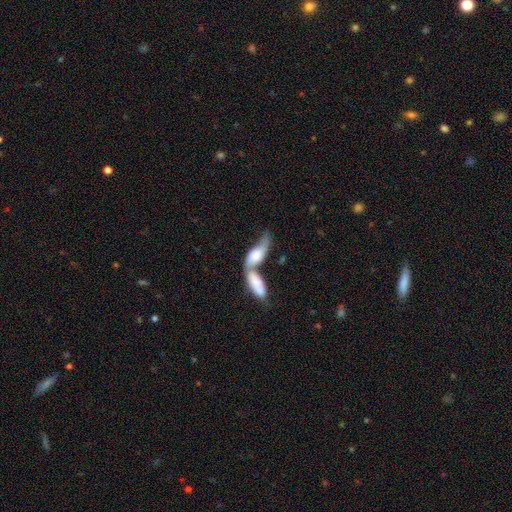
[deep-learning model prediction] Smooth or featured: smooth — 53% (featured or disk — 40%)
How rounded: in between — 66% (cigar-shaped — 30%)
Merging: merger — 74% (none — 12%)